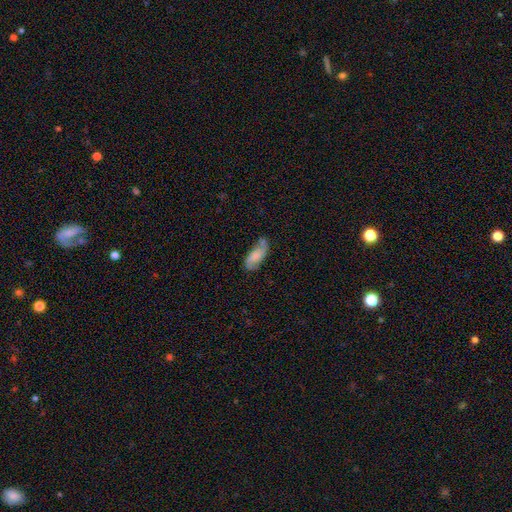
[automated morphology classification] smooth-or-featured: featured or disk: 51% | smooth: 42% | star or artifact: 7%
  disk-edge-on: no: 92% | yes: 8%
  merging: none: 60% | minor disturbance: 26% | major disturbance: 9% | merger: 4%